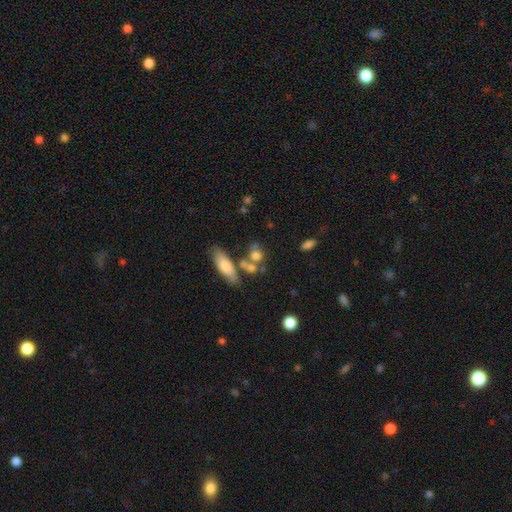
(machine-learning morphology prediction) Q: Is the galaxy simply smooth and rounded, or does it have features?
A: smooth — 73%.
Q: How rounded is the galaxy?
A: round — 51%.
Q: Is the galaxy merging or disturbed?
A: none — 44%.